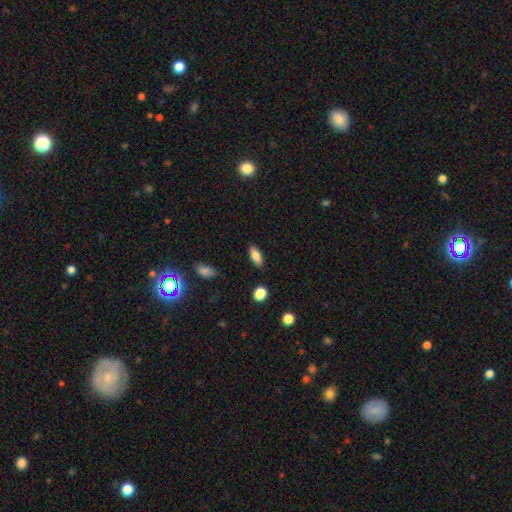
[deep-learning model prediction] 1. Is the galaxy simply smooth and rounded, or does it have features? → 81% smooth, 11% featured or disk, 8% star or artifact.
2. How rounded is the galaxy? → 78% in between, 19% cigar-shaped, 3% round.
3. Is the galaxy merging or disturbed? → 87% none, 9% minor disturbance, 2% major disturbance, 2% merger.